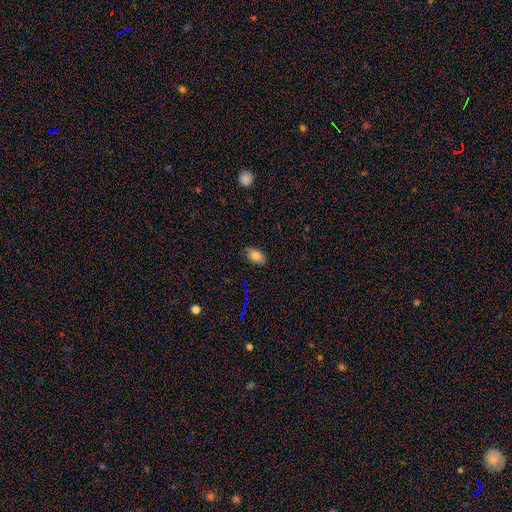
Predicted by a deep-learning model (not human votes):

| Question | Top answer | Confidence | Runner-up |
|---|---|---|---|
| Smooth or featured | smooth | 77% | featured or disk (13%) |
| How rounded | in between | 92% | round (6%) |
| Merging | none | 81% | minor disturbance (15%) |